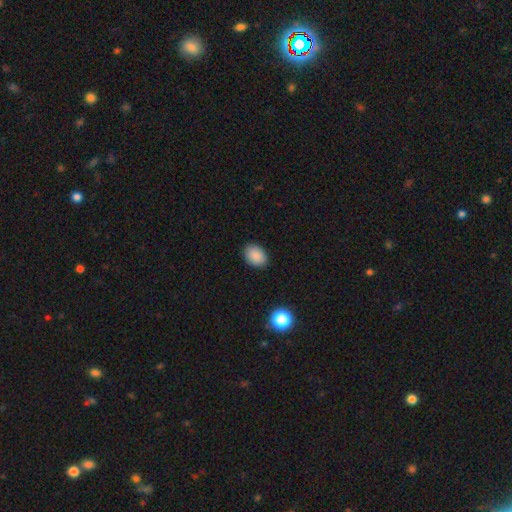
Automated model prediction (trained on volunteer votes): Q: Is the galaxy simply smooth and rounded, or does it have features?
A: smooth — 88%.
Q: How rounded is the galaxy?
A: in between — 73%.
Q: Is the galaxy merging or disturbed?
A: none — 87%.